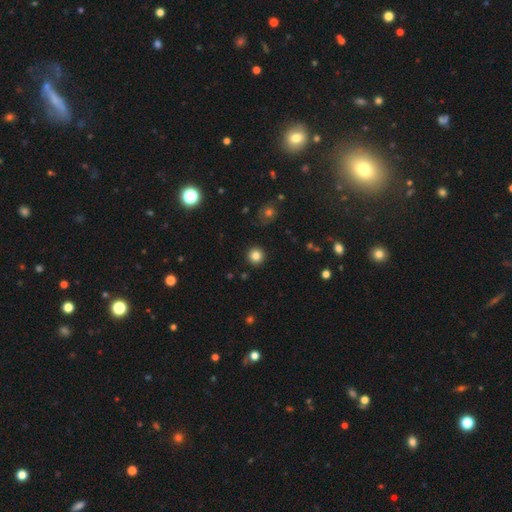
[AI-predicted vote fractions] A smooth galaxy with no disk features (83%) that is round (95%). Merging: none (92%).